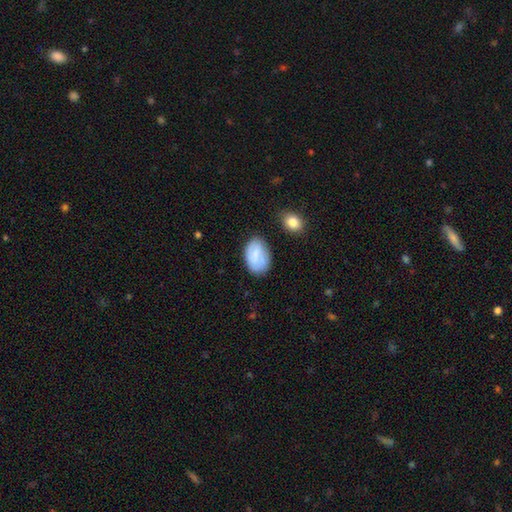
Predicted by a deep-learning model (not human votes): smooth 74%, featured or disk 18%, star or artifact 7%. Down the decision tree: how rounded — in between (89%); merging — none (73%).